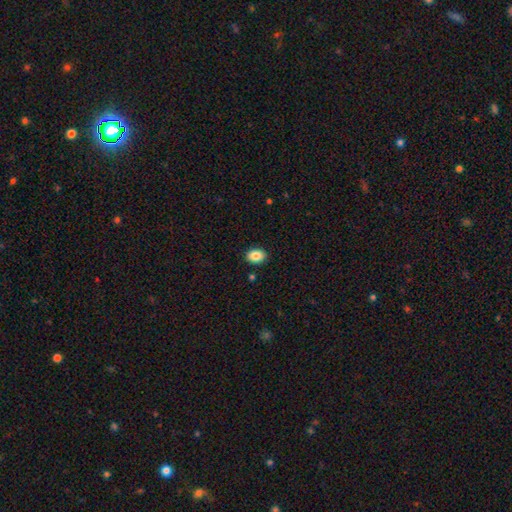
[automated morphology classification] Q: Smooth or featured?
A: smooth (86%); runner-up: star or artifact (8%)
Q: How rounded?
A: in between (69%); runner-up: round (30%)
Q: Merging?
A: none (90%); runner-up: minor disturbance (7%)